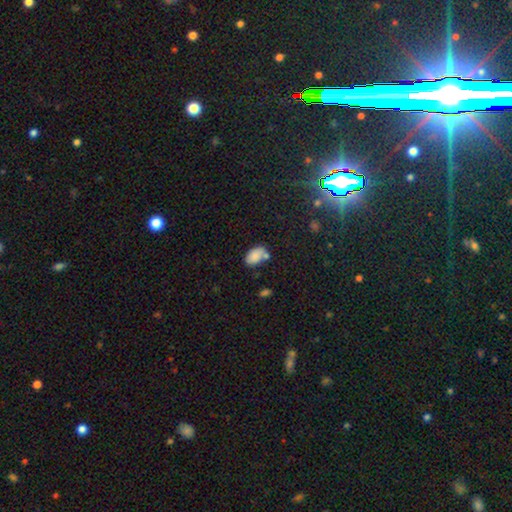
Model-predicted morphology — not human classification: smooth 83%, featured or disk 9%, star or artifact 8%. Down the decision tree: how rounded — in between (92%); merging — none (59%).